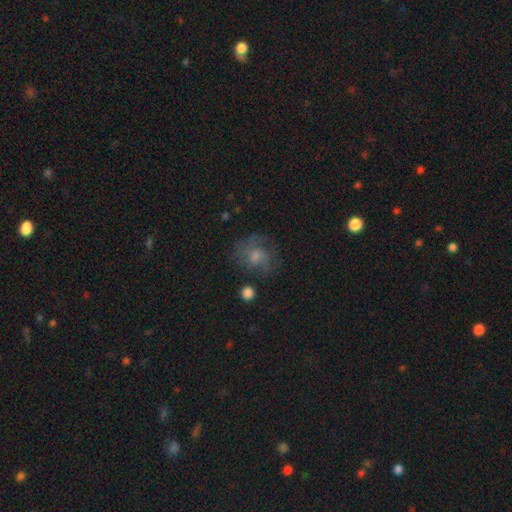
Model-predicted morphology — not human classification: Overall: featured or disk (44%; smooth 39%). Merging: none (65%).